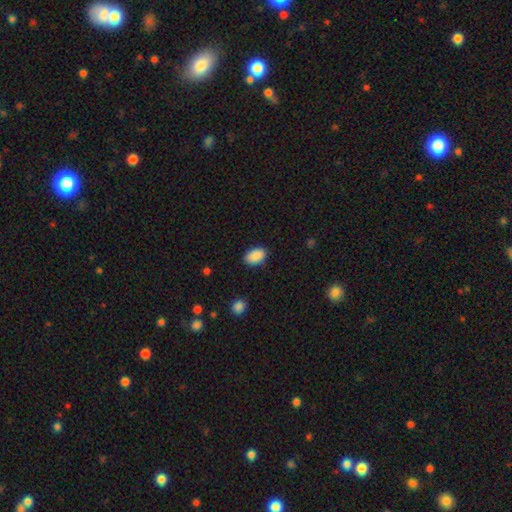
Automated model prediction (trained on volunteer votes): Smooth or featured? Predicted: smooth (p=0.90). How rounded? Predicted: in between (p=0.89). Merging? Predicted: none (p=0.84).